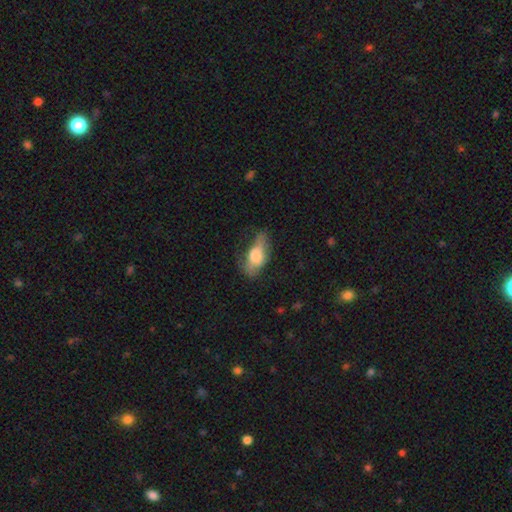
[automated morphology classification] Overall: smooth (61%; featured or disk 31%). How rounded: in between (82%). Merging: none (45%; minor disturbance 32%).